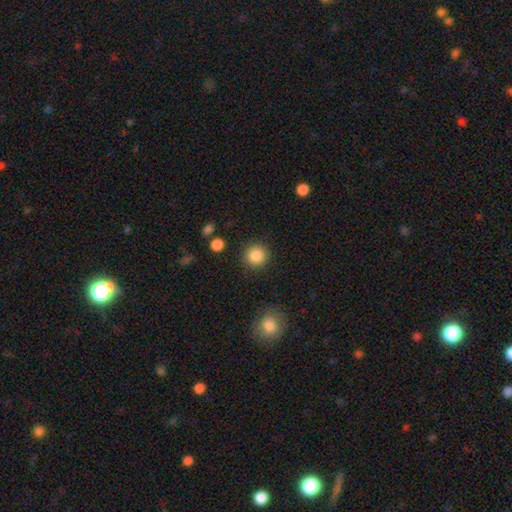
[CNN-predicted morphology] This appears to be a smooth galaxy with no disk features (87%) that is round (93%). Merging: none (89%).